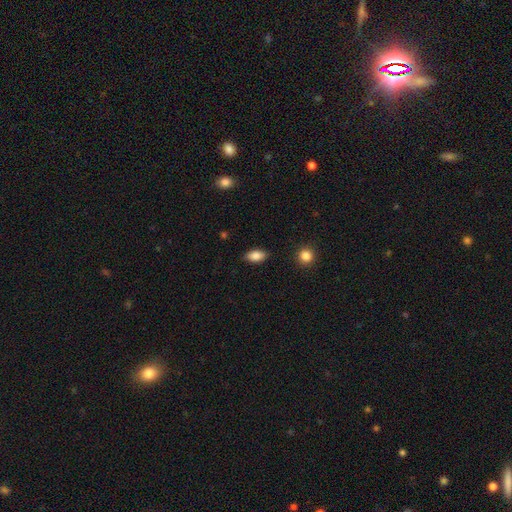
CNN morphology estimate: A smooth galaxy with no disk features (85%) that is in between round and cigar-shaped (90%). Merging: none (86%).